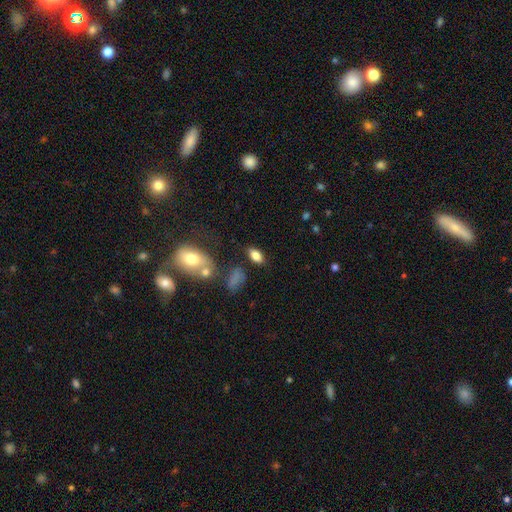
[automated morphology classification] Smooth or featured? Predicted: smooth (p=0.82). How rounded? Predicted: in between (p=0.89). Merging? Predicted: none (p=0.74).